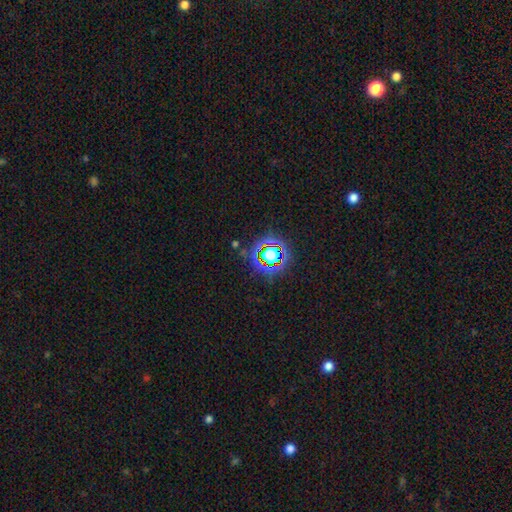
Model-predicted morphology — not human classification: Overall: star or artifact (78%).